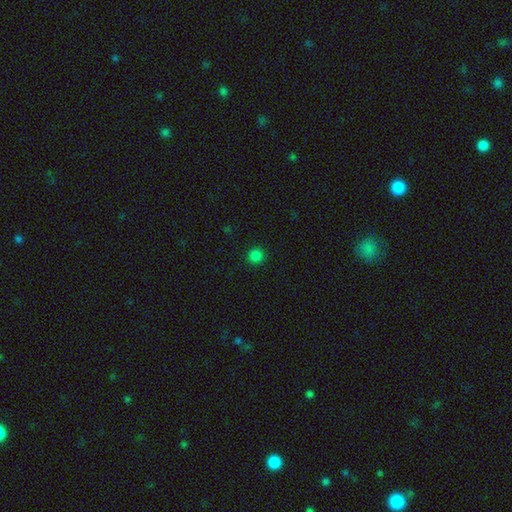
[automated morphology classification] Q: Smooth or featured?
A: smooth (83%); runner-up: star or artifact (14%)
Q: How rounded?
A: round (95%); runner-up: in between (4%)
Q: Merging?
A: none (93%); runner-up: minor disturbance (5%)